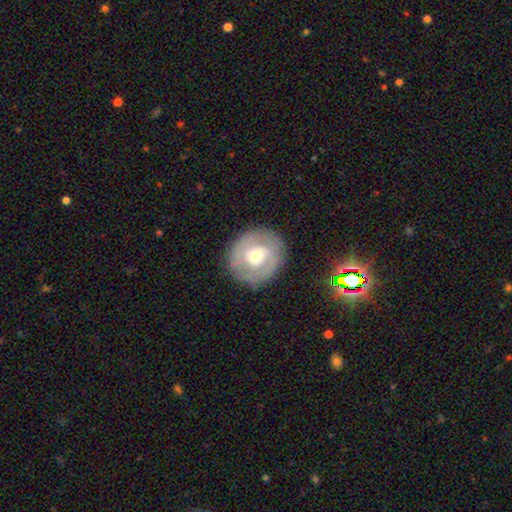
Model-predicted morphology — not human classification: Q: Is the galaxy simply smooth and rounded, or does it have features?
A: featured or disk — 60%.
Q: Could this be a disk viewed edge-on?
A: no — 96%.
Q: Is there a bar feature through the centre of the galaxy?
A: no — 53%.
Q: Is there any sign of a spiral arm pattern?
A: yes — 62%.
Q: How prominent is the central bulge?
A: moderate — 65%.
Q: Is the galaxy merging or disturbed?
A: none — 83%.